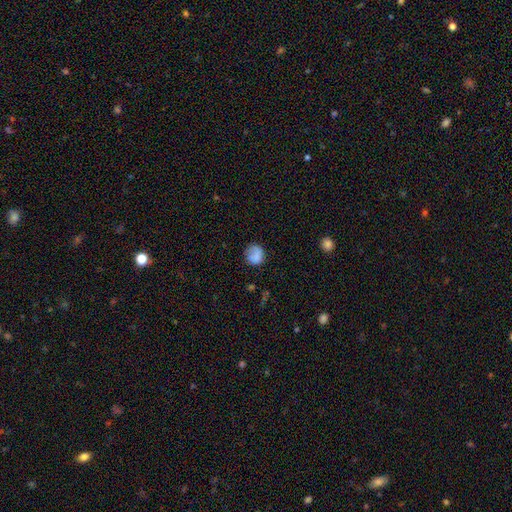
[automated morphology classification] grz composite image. It shows a smooth galaxy with no disk features (80%) that is round (78%). Merging: none (64%).